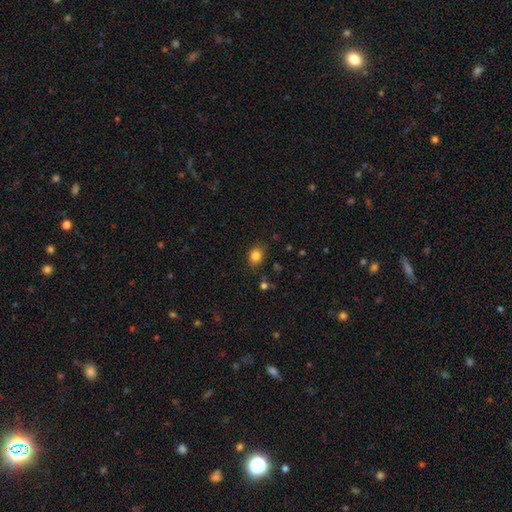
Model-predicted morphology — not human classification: Smooth or featured? smooth (83%)
How rounded? round (53%)
Merging? none (76%)